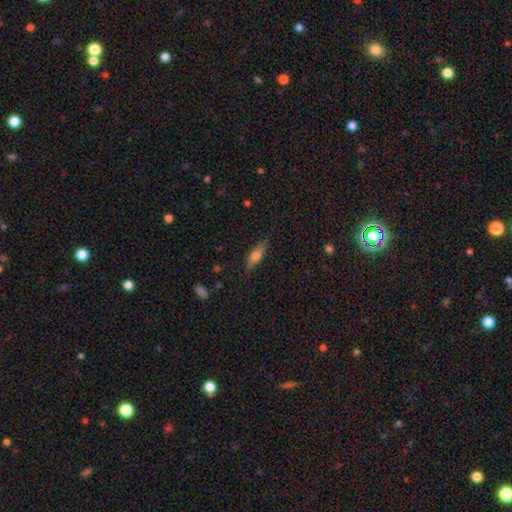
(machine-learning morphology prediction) The model was most divided on "how rounded": cigar-shaped: 50%, in between: 47%, round: 3%. More confident: merging — none (82%); smooth or featured — smooth (61%).